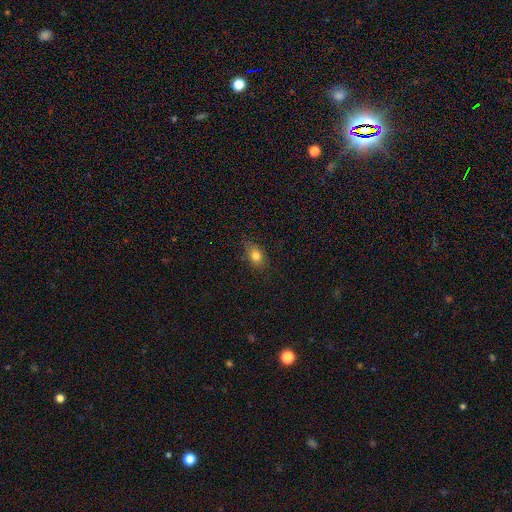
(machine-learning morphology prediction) Overall: smooth (79%). How rounded: in between (71%). Merging: none (75%).